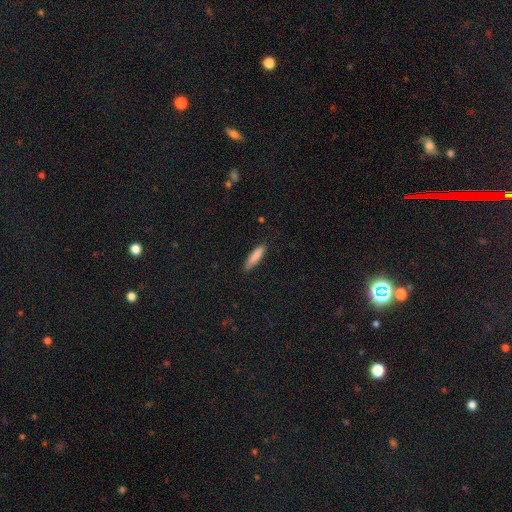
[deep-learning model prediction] The model was most divided on "how rounded": cigar-shaped: 74%, in between: 25%, round: 1%. More confident: smooth or featured — smooth (86%); merging — none (85%).